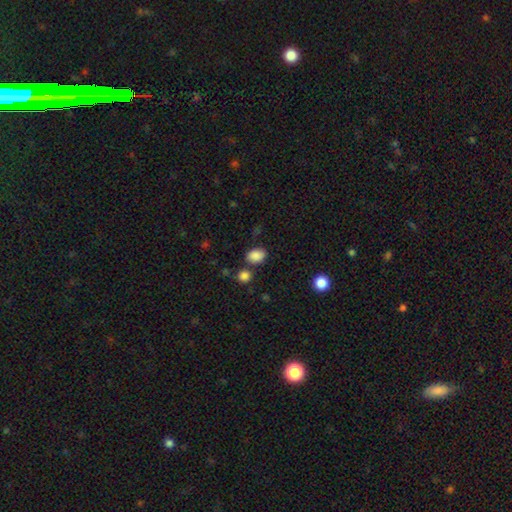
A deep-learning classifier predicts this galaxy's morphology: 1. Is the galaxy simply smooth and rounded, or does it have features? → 86% smooth, 10% star or artifact, 4% featured or disk.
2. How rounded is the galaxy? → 76% in between, 22% round, 1% cigar-shaped.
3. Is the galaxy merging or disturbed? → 72% none, 14% minor disturbance, 10% merger, 4% major disturbance.